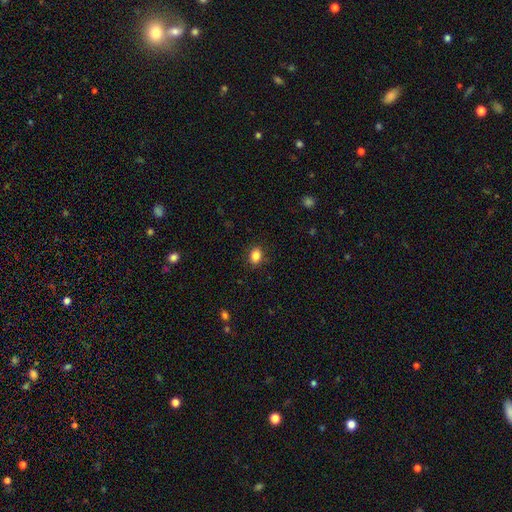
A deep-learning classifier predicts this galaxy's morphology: A smooth galaxy with no disk features (86%) that is in between round and cigar-shaped (65%).

Vote fractions:
- Smooth or featured? smooth: 86% / star or artifact: 10% / featured or disk: 4%
- How rounded? in between: 65% / round: 34% / cigar-shaped: 1%
- Merging? none: 88% / minor disturbance: 9% / major disturbance: 2% / merger: 1%